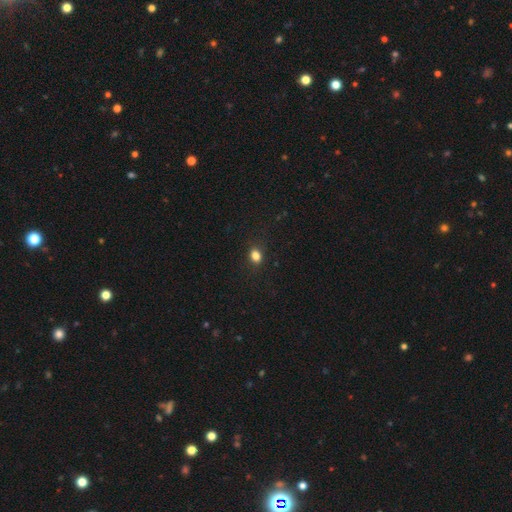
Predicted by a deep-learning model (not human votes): Overall: smooth (82%). How rounded: in between (60%; round 39%). Merging: none (85%).